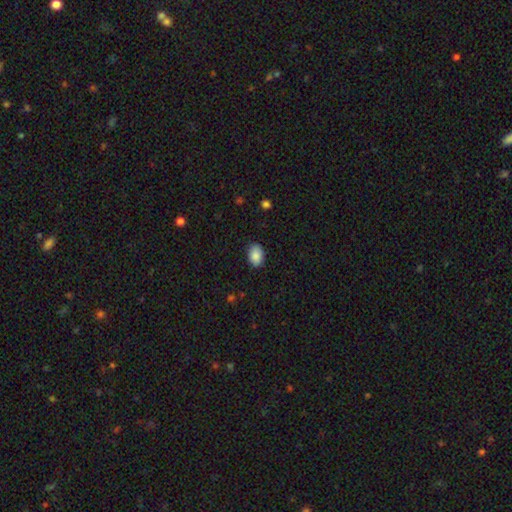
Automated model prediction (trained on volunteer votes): Overall: smooth (88%). How rounded: in between (87%). Merging: none (86%).